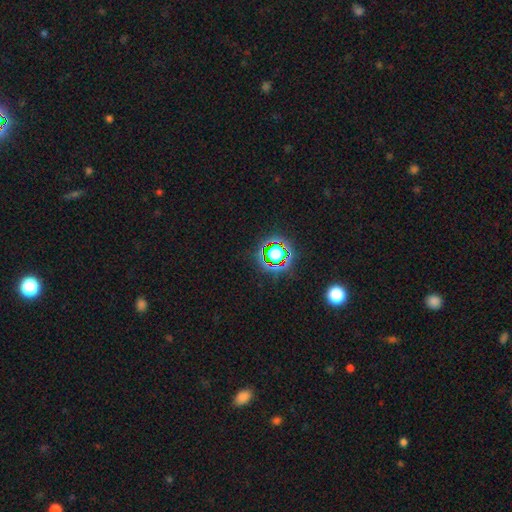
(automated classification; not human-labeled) Smooth or featured? star or artifact (78%)